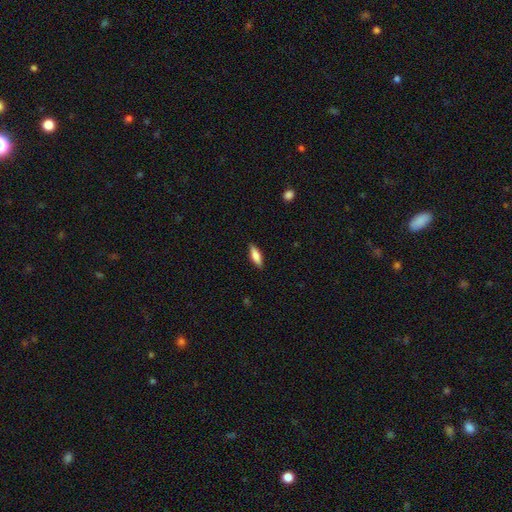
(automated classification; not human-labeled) This is likely a smooth galaxy (77%). How rounded: possibly in between (59%). Merging: clearly none (88%).